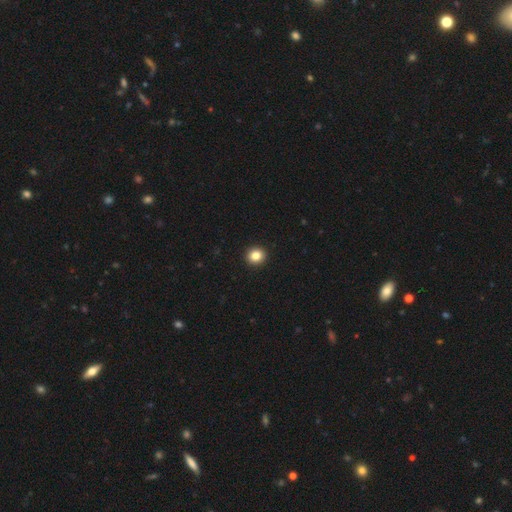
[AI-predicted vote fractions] Smooth or featured? Predicted: smooth (p=0.84). How rounded? Predicted: round (p=0.86). Merging? Predicted: none (p=0.94).